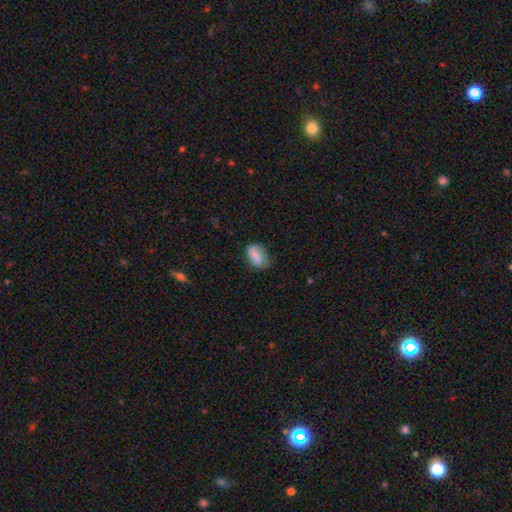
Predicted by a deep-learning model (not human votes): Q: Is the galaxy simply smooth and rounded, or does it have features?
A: smooth — 74%.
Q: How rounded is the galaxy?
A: in between — 86%.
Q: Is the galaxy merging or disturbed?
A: none — 49%.